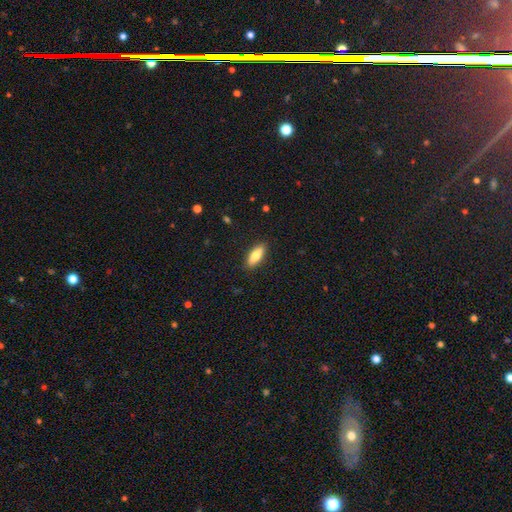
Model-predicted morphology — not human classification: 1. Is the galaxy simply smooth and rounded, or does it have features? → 77% smooth, 17% featured or disk, 6% star or artifact.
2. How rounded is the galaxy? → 70% in between, 28% cigar-shaped, 2% round.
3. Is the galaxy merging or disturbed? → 89% none, 8% minor disturbance, 2% major disturbance, 1% merger.